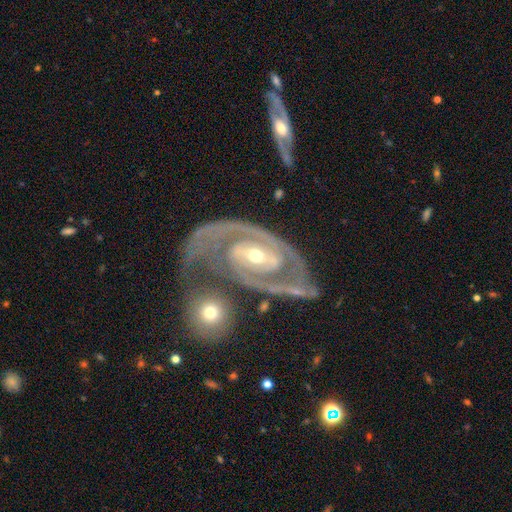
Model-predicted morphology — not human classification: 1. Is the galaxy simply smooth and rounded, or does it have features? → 91% featured or disk, 5% smooth, 4% star or artifact.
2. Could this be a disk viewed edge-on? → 97% no, 3% yes.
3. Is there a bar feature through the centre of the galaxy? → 37% no, 33% weak, 30% strong.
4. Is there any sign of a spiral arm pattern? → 92% yes, 8% no.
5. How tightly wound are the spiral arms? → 52% tight, 36% medium, 12% loose.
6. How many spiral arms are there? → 81% 2, 6% can't tell, 4% 1, 4% 3, 2% 4, 2% more than 4.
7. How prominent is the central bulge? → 60% moderate, 35% small, 3% large, 1% none, 1% dominant.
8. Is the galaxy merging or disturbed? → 49% none, 21% minor disturbance, 18% major disturbance, 12% merger.